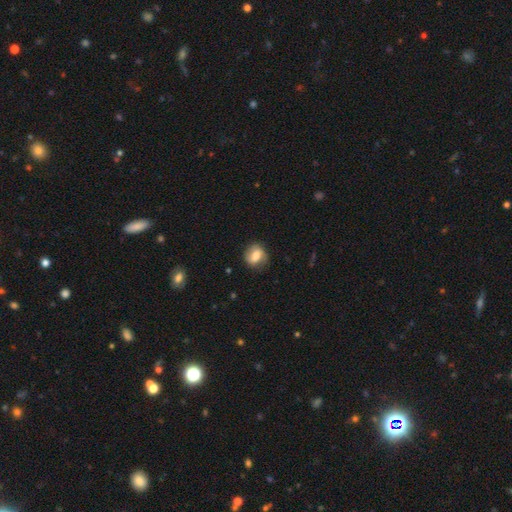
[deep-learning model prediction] smooth_or_featured: smooth (p=0.60) [alt: featured or disk p=0.32]
how_rounded: round (p=0.60) [alt: in between p=0.38]
merging: none (p=0.76) [alt: minor disturbance p=0.17]